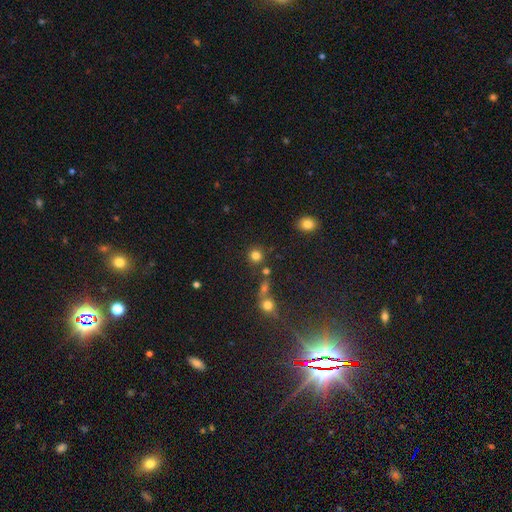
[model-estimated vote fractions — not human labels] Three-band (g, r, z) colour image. It shows a smooth galaxy with no disk features (80%) that is round (91%). Merging: none (81%).